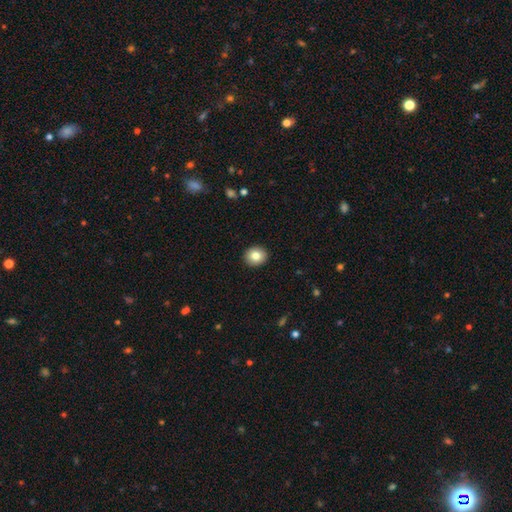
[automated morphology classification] A smooth galaxy with no disk features (83%) that is round (80%).

Vote fractions:
- Smooth or featured? smooth: 83% / featured or disk: 9% / star or artifact: 9%
- How rounded? round: 80% / in between: 19% / cigar-shaped: 1%
- Merging? none: 92% / minor disturbance: 5% / major disturbance: 1% / merger: 1%